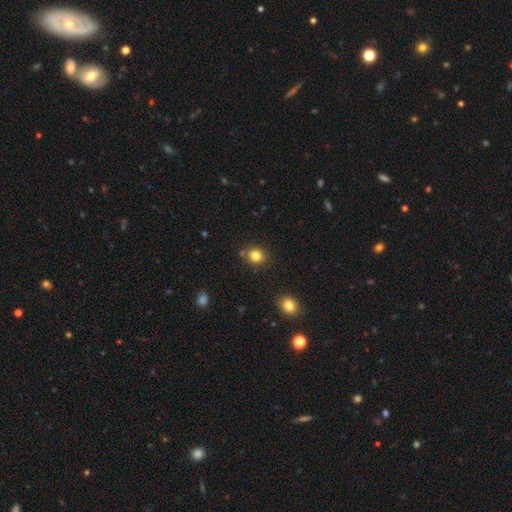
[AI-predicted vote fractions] A smooth galaxy with no disk features (82%) that is round (81%). Merging: none (82%).